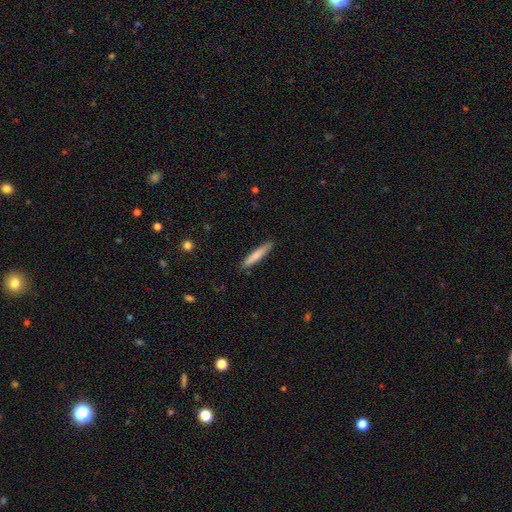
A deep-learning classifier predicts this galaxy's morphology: A smooth galaxy with no disk features (76%) that is cigar-shaped (91%). Merging: none (89%).